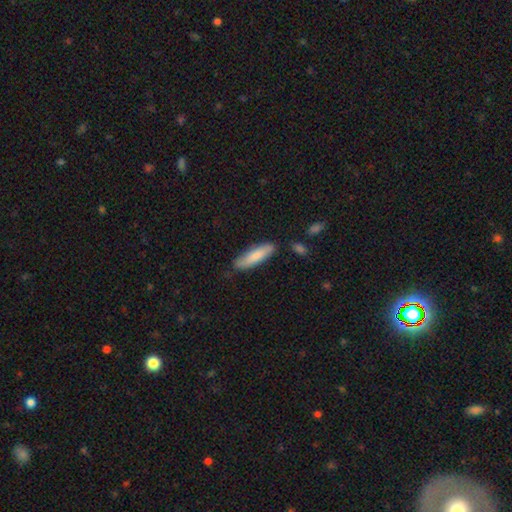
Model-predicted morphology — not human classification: Smooth or featured? Predicted: smooth (p=0.77). How rounded? Predicted: cigar-shaped (p=0.62). Merging? Predicted: none (p=0.77).